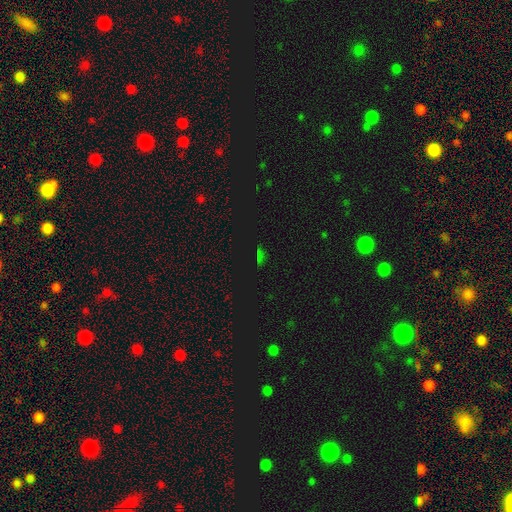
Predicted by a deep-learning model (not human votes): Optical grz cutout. It shows a star or artifact, not a galaxy (61%).